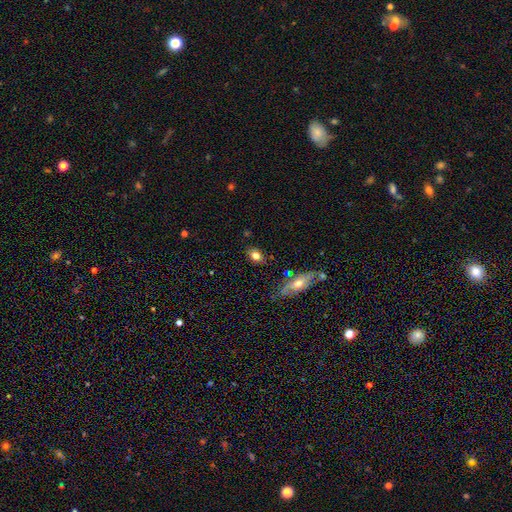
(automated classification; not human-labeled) Smooth or featured? Predicted: smooth (p=0.75). How rounded? Predicted: in between (p=0.71). Merging? Predicted: none (p=0.79).